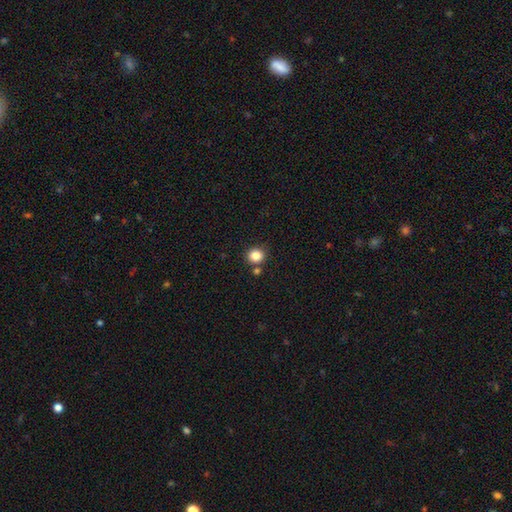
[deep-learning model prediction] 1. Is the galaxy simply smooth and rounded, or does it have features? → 85% smooth, 11% star or artifact, 5% featured or disk.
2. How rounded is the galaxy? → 84% round, 15% in between, 1% cigar-shaped.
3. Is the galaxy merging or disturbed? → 81% none, 9% merger, 8% minor disturbance, 2% major disturbance.